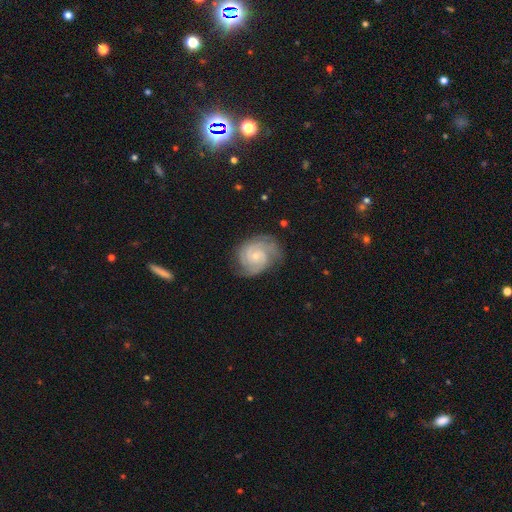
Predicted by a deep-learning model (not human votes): A featured or disk galaxy (85%) with no bar (70%), 2 (35%) tight (63%) spiral arms (97%) and a small central bulge (70%). Merging: none (73%).